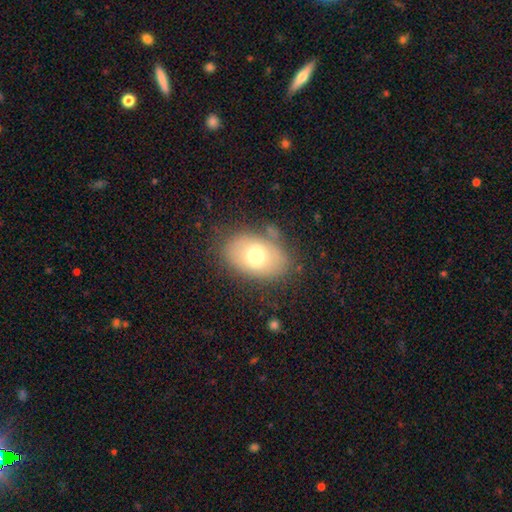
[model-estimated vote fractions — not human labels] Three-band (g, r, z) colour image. It shows a smooth galaxy with no disk features (63%) that is in between round and cigar-shaped (86%). Merging: none (70%).